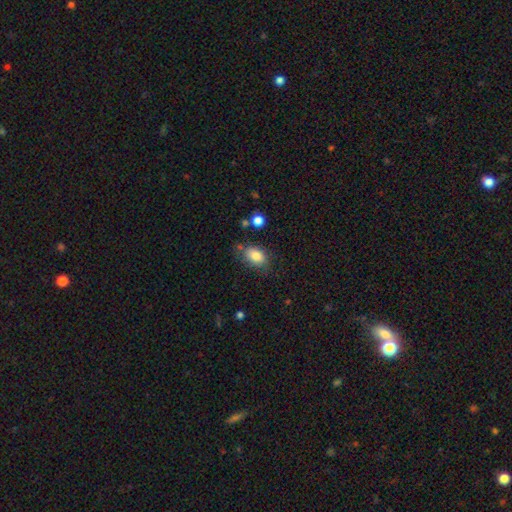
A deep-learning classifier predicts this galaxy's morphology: type=smooth (82%); roundness=in between (85%); merging=none (67%).